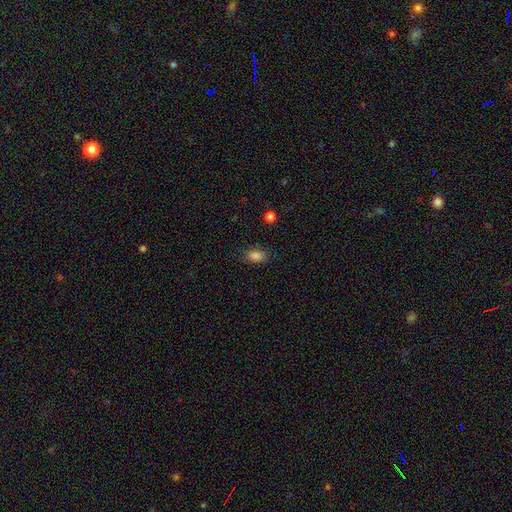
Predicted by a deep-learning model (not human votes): This is clearly a smooth galaxy (85%). How rounded: clearly in between (84%). Merging: clearly none (83%).